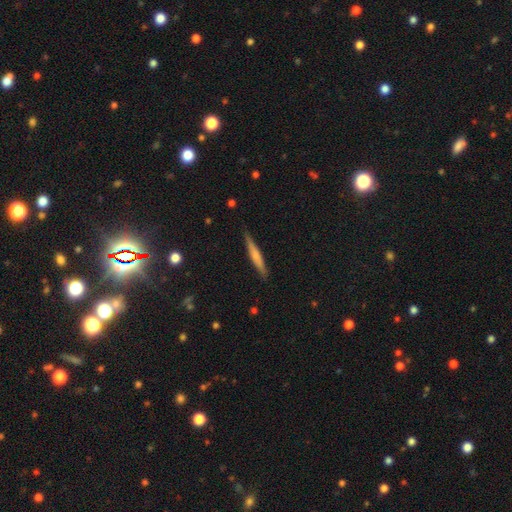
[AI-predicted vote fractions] Q: Smooth or featured?
A: smooth (53%); runner-up: featured or disk (42%)
Q: How rounded?
A: cigar-shaped (94%); runner-up: in between (5%)
Q: Merging?
A: none (87%); runner-up: minor disturbance (10%)